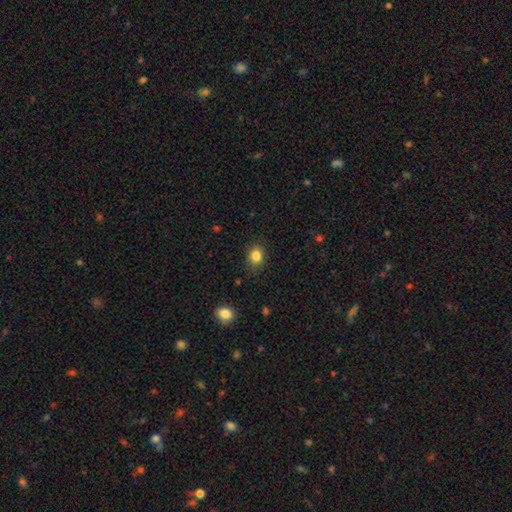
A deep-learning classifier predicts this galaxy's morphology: smooth_or_featured: smooth (p=0.84) [alt: star or artifact p=0.11]
how_rounded: round (p=0.63) [alt: in between p=0.36]
merging: none (p=0.86) [alt: minor disturbance p=0.10]